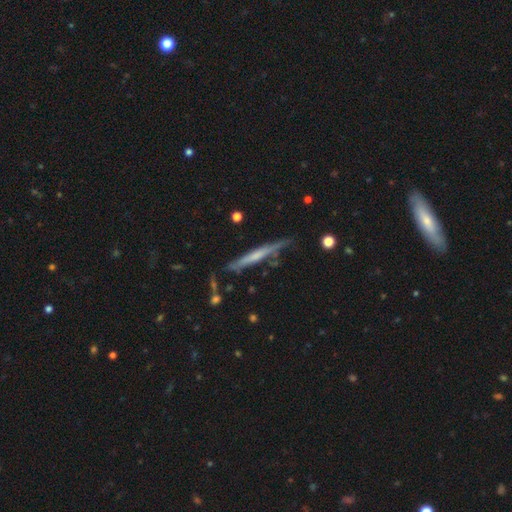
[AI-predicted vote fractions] smooth-or-featured: featured or disk: 53% | smooth: 41% | star or artifact: 6%
  disk-edge-on: yes: 93% | no: 7%
  merging: none: 74% | minor disturbance: 18% | major disturbance: 4% | merger: 4%